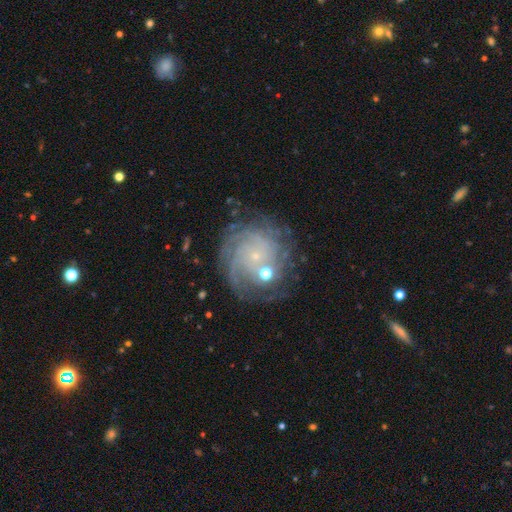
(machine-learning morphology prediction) Q: Smooth or featured?
A: featured or disk (78%); runner-up: smooth (12%)
Q: Edge-on disk?
A: no (97%); runner-up: yes (3%)
Q: Bar?
A: no (79%); runner-up: weak (17%)
Q: Spiral arms?
A: yes (94%); runner-up: no (6%)
Q: Spiral winding?
A: tight (74%); runner-up: medium (20%)
Q: Spiral arm count?
A: can't tell (32%); runner-up: 4 (22%)
Q: Bulge size?
A: small (83%); runner-up: moderate (9%)
Q: Merging?
A: none (71%); runner-up: minor disturbance (15%)